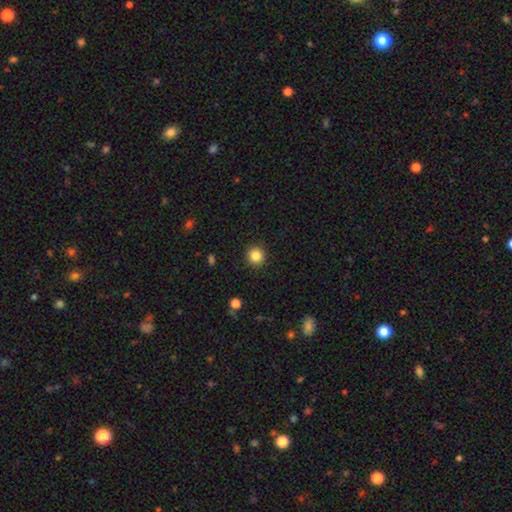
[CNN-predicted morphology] The model was most divided on "smooth or featured": smooth: 84%, star or artifact: 11%, featured or disk: 5%. More confident: how rounded — round (94%); merging — none (92%).